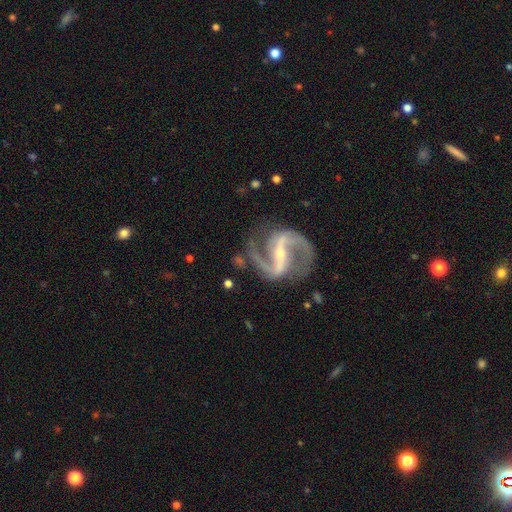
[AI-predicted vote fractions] featured or disk 93%, star or artifact 5%, smooth 2%. Down the decision tree: edge-on disk — no (98%); bar — strong (68%); spiral arms — yes (98%); spiral arm count — 2 (94%); spiral winding — medium (60%); bulge size — small (74%); merging — none (79%).